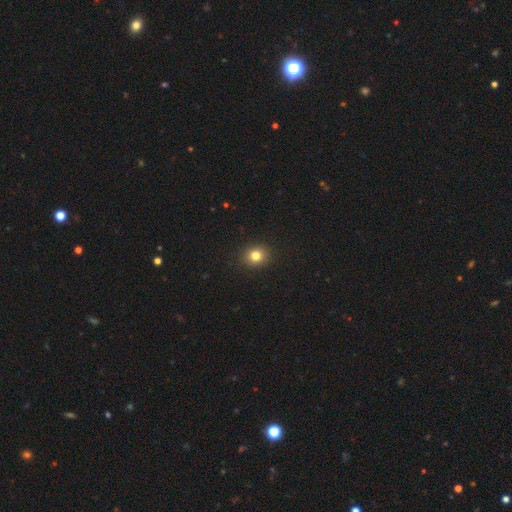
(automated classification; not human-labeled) Smooth or featured?
  - smooth: 81% *
  - star or artifact: 12%
  - featured or disk: 6%
How rounded?
  - round: 75% *
  - in between: 24%
  - cigar-shaped: 1%
Merging?
  - none: 91% *
  - minor disturbance: 6%
  - major disturbance: 2%
  - merger: 1%